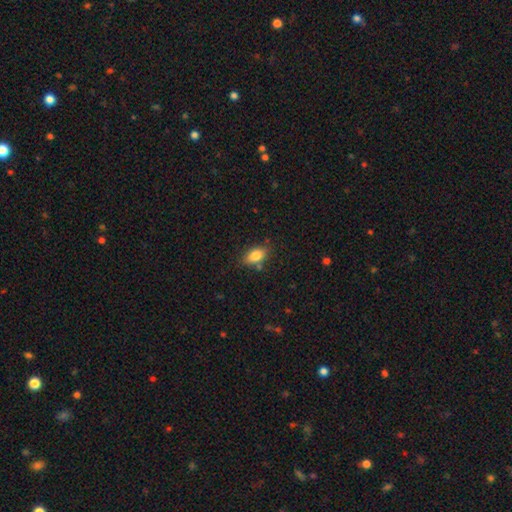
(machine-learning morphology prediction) This appears to be a smooth galaxy with no disk features (83%) that is in between round and cigar-shaped (87%). Merging: none (77%).